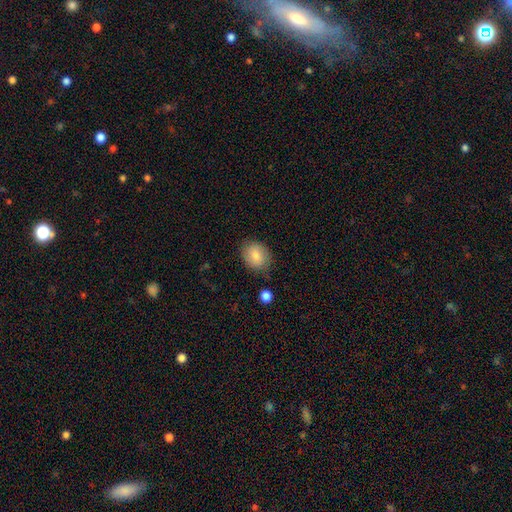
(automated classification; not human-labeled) This appears to be a smooth galaxy with no disk features (82%) that is round (51%). Merging: none (79%).